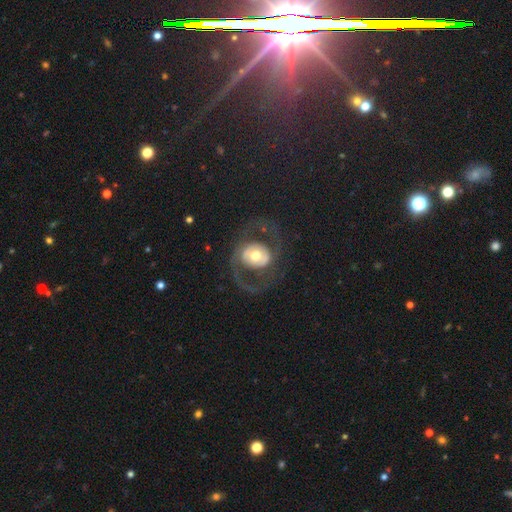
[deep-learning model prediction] Smooth or featured? Predicted: featured or disk (p=0.74). Edge-on disk? Predicted: no (p=0.96). Bar? Predicted: no (p=0.63). Spiral arms? Predicted: yes (p=0.70). Bulge size? Predicted: moderate (p=0.65). Merging? Predicted: none (p=0.66).